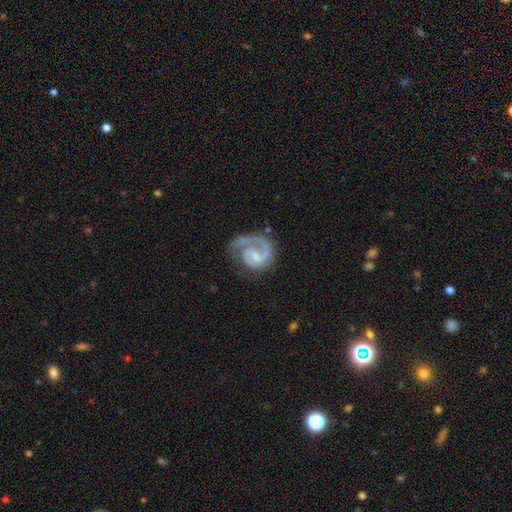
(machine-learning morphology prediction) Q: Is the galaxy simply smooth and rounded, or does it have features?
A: featured or disk — 86%.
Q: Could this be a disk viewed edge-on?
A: no — 98%.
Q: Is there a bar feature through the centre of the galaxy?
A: weak — 51%.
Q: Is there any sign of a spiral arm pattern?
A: yes — 97%.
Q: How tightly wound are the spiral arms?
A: tight — 43%.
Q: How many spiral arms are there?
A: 1 — 56%.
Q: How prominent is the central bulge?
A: small — 48%.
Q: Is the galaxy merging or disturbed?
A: none — 59%.